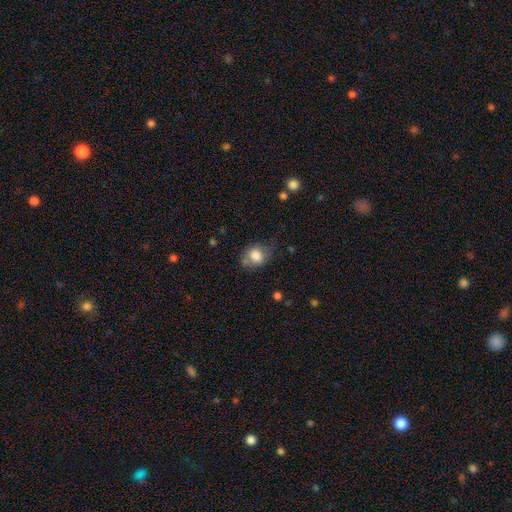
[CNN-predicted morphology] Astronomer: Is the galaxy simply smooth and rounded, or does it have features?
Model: smooth — 79%.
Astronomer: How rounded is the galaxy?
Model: round — 54% (runner-up: in between, 45%).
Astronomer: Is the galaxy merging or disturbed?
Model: none — 58%.